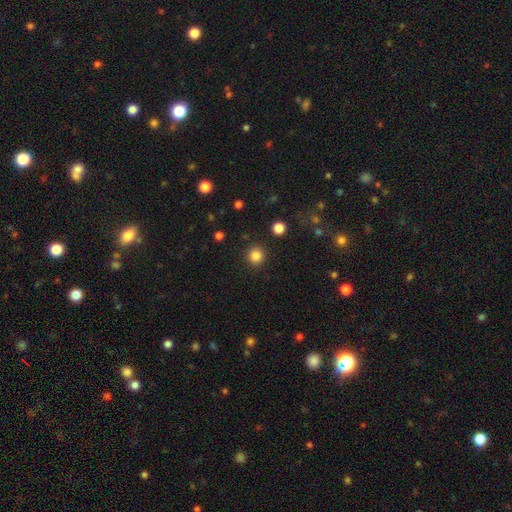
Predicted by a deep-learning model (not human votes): A smooth galaxy with no disk features (84%) that is round (93%).

Vote fractions:
- Smooth or featured? smooth: 84% / star or artifact: 12% / featured or disk: 4%
- How rounded? round: 93% / in between: 6% / cigar-shaped: 1%
- Merging? none: 91% / minor disturbance: 5% / major disturbance: 2% / merger: 2%